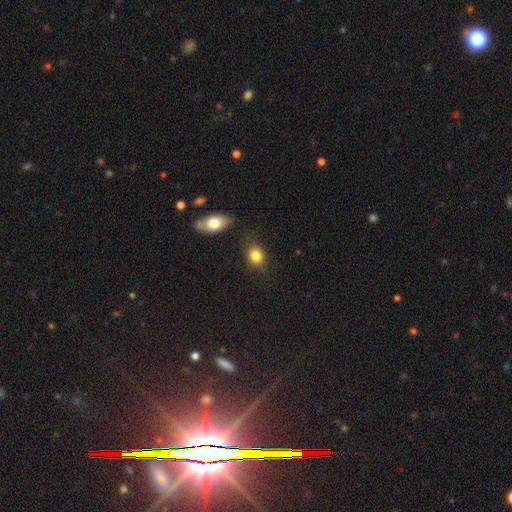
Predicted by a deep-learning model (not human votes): Overall: smooth (83%). How rounded: in between (50%; round 48%). Merging: none (76%).